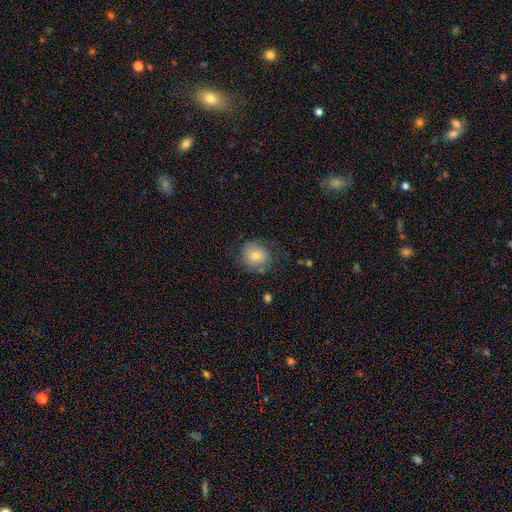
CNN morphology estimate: type=smooth (63%); roundness=round (75%); merging=none (62%).